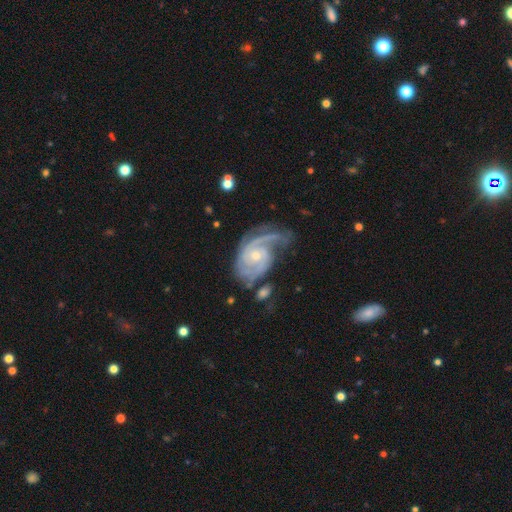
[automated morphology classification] This is clearly a featured or disk galaxy (91%). It is clearly not viewed edge-on (97%). Bar: likely no (64%). Spiral arm pattern: clearly yes (98%). Spiral arm count: possibly 2 (48%). Spiral winding: possibly tight (47%). Central bulge: likely small (65%). Merging: possibly none (47%).